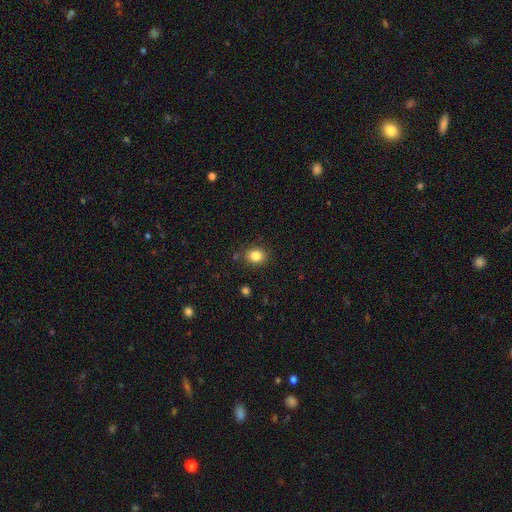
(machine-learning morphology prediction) Smooth or featured: smooth — 83% (star or artifact — 11%)
How rounded: round — 57% (in between — 42%)
Merging: none — 84% (minor disturbance — 10%)